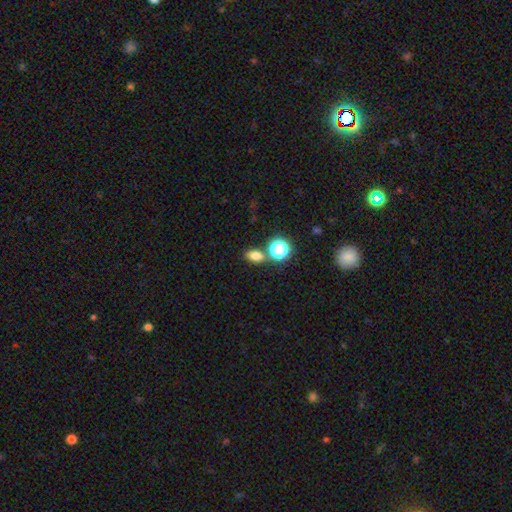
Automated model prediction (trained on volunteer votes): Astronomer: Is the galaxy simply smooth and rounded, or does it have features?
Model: smooth — 75%.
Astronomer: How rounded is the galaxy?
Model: in between — 72%.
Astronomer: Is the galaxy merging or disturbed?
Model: none — 73%.